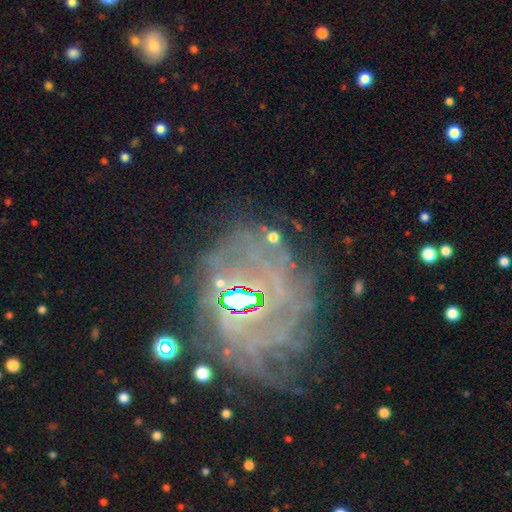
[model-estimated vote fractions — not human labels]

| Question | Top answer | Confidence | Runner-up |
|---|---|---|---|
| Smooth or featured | featured or disk | 68% | star or artifact (20%) |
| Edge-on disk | no | 95% | yes (5%) |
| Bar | weak | 43% | no (34%) |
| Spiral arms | yes | 76% | no (24%) |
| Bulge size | moderate | 47% | small (33%) |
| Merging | none | 66% | minor disturbance (17%) |